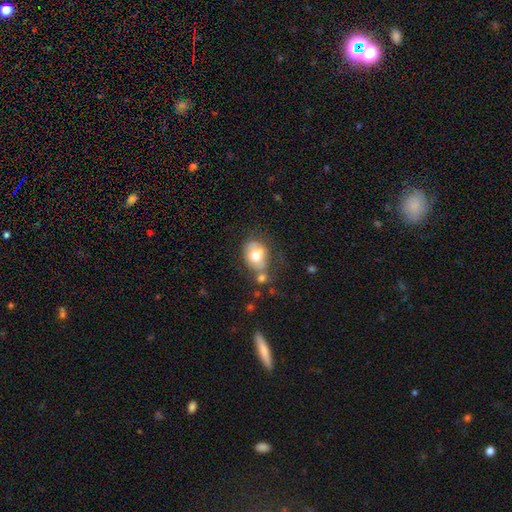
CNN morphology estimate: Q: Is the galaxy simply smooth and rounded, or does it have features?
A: smooth — 63%.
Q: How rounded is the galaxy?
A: in between — 69%.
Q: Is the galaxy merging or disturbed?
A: none — 32%.